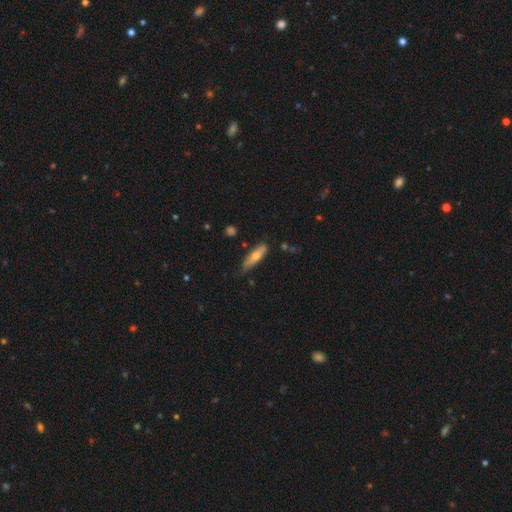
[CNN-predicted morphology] Overall: smooth (60%; featured or disk 34%). How rounded: cigar-shaped (64%; in between 33%). Merging: none (69%).